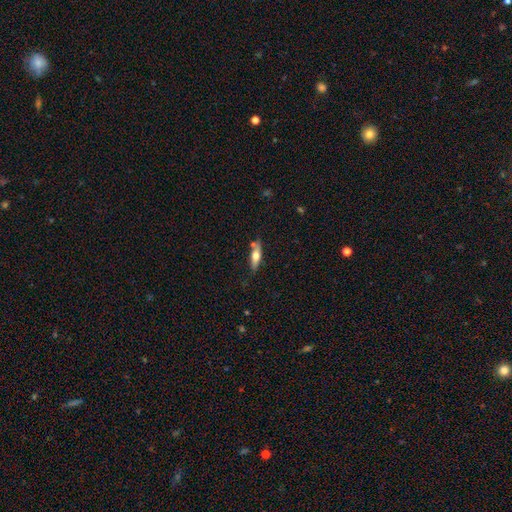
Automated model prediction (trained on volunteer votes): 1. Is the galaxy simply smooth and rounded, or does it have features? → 52% smooth, 42% featured or disk, 6% star or artifact.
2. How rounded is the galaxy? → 60% cigar-shaped, 38% in between, 3% round.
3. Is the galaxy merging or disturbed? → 75% none, 15% minor disturbance, 7% merger, 3% major disturbance.